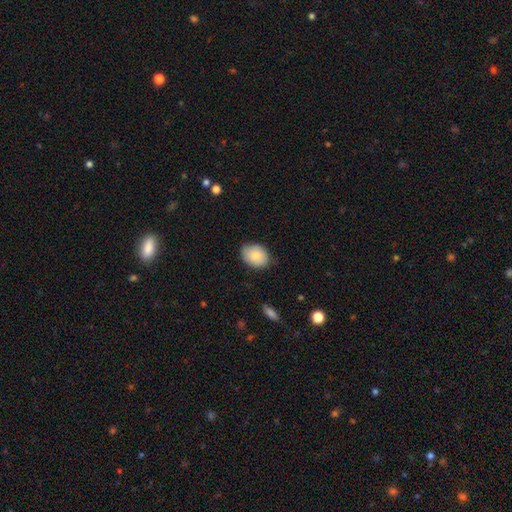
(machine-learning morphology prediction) Q: Smooth or featured?
A: smooth (83%); runner-up: featured or disk (10%)
Q: How rounded?
A: in between (64%); runner-up: round (35%)
Q: Merging?
A: none (74%); runner-up: minor disturbance (21%)